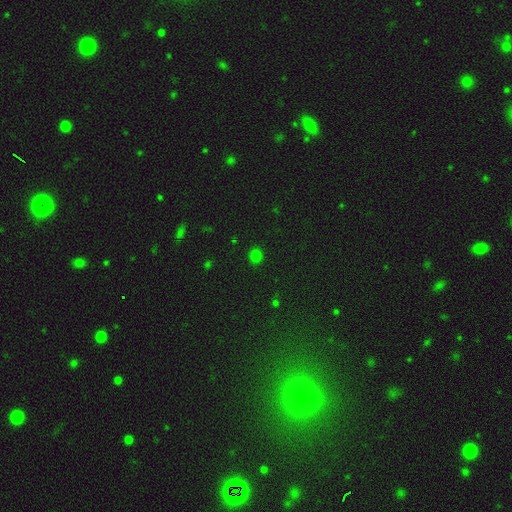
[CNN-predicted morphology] Q: Smooth or featured?
A: smooth (77%); runner-up: star or artifact (19%)
Q: How rounded?
A: round (80%); runner-up: in between (19%)
Q: Merging?
A: none (90%); runner-up: minor disturbance (7%)